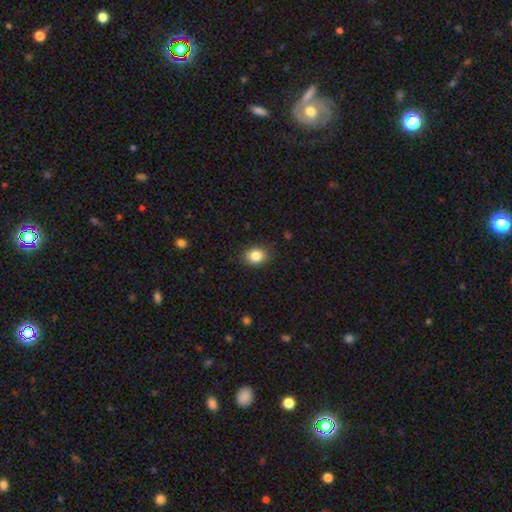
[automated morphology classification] type=smooth (84%); roundness=round (52%); merging=none (87%).